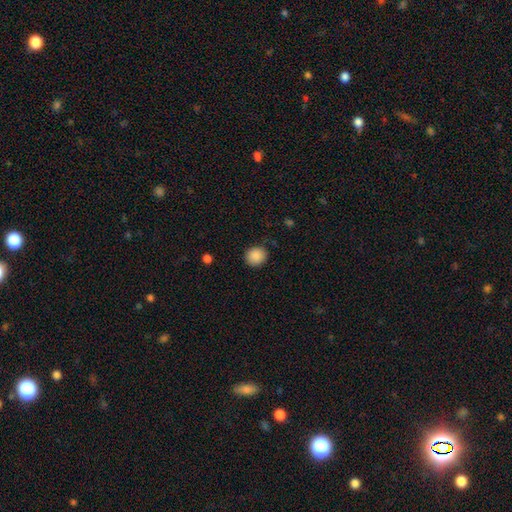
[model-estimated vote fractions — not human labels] Q: Smooth or featured?
A: smooth (89%); runner-up: star or artifact (8%)
Q: How rounded?
A: round (84%); runner-up: in between (15%)
Q: Merging?
A: none (88%); runner-up: minor disturbance (9%)